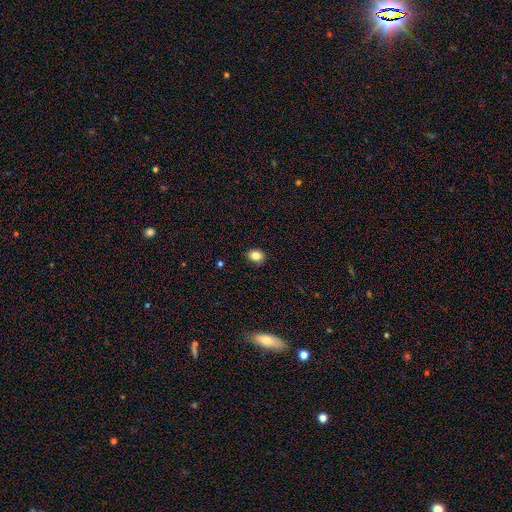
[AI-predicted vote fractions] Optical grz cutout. It shows a smooth galaxy with no disk features (83%) that is in between round and cigar-shaped (57%). Merging: none (87%).